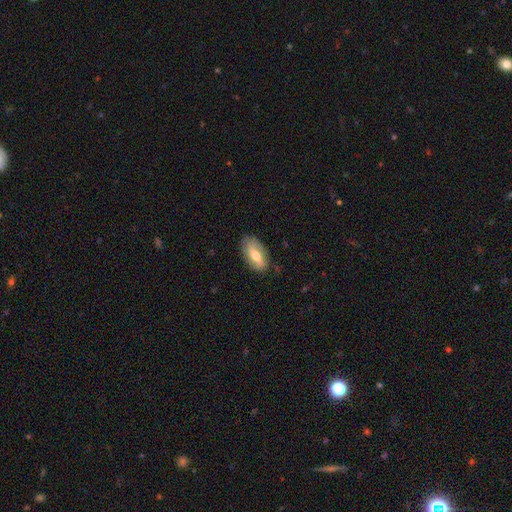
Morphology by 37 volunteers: Overall: smooth (62%; featured or disk 38%). How rounded: in between (91%). Merging: none (89%).